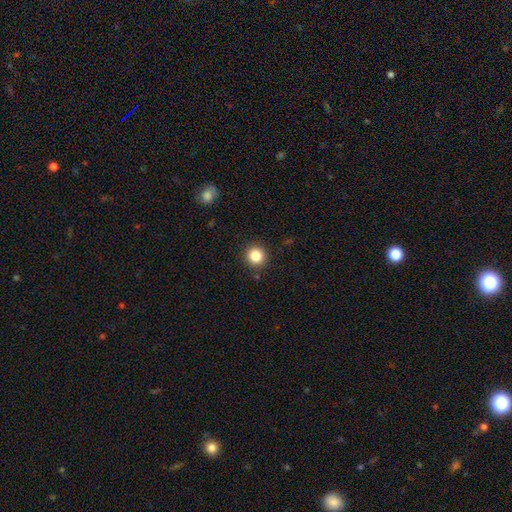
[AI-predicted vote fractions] Smooth or featured: smooth — 85% (star or artifact — 11%)
How rounded: round — 93% (in between — 6%)
Merging: none — 90% (minor disturbance — 6%)